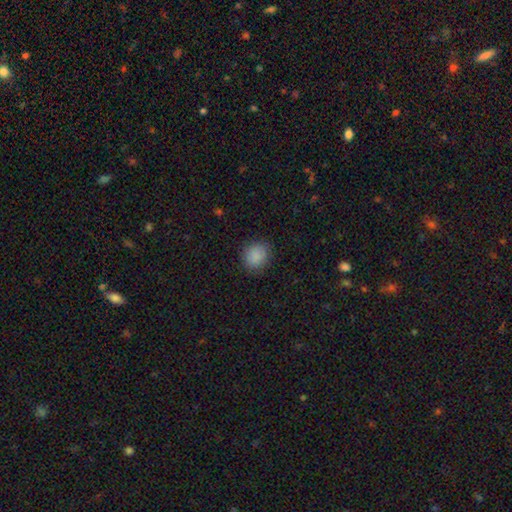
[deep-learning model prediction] The model was most divided on "how rounded": round: 81%, in between: 18%, cigar-shaped: 1%. More confident: smooth or featured — smooth (87%); merging — none (86%).